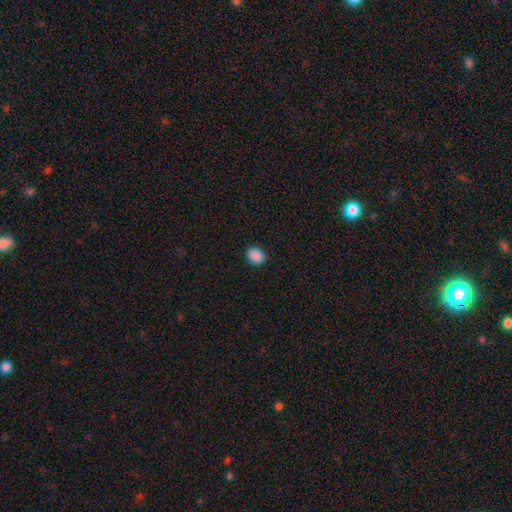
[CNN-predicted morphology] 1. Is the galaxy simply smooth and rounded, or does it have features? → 89% smooth, 9% star or artifact, 2% featured or disk.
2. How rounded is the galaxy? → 53% in between, 46% round, 1% cigar-shaped.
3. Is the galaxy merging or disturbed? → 90% none, 7% minor disturbance, 2% major disturbance, 1% merger.